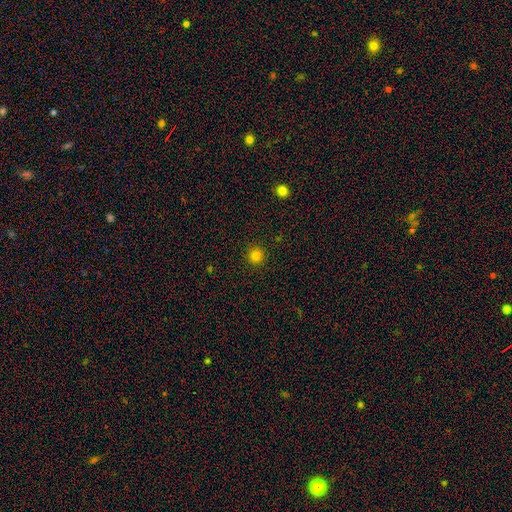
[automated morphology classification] This appears to be a smooth galaxy with no disk features (81%) that is round (95%). Merging: none (92%).